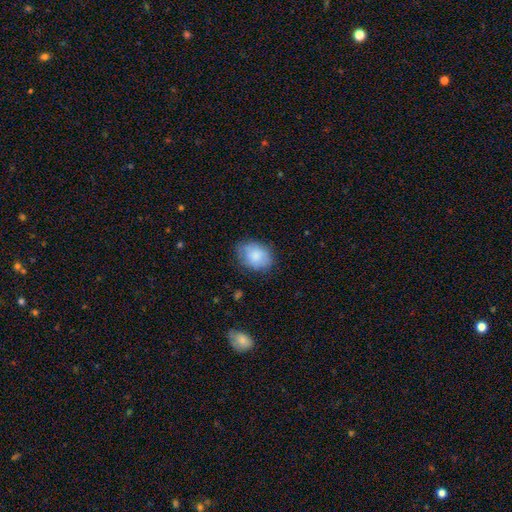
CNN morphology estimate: Smooth or featured? smooth (81%)
How rounded? in between (67%)
Merging? none (71%)